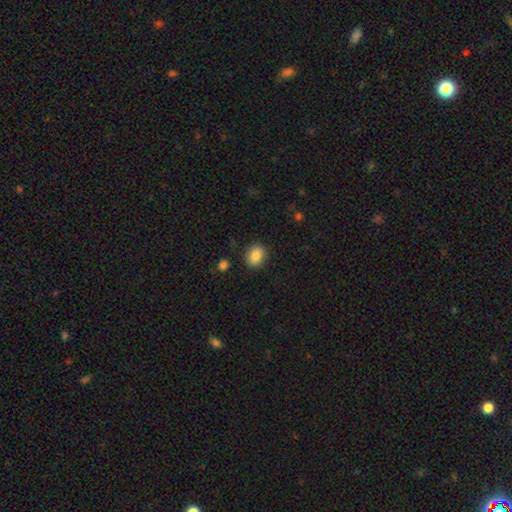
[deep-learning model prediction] Overall: smooth (86%). How rounded: in between (55%; round 44%). Merging: none (87%).